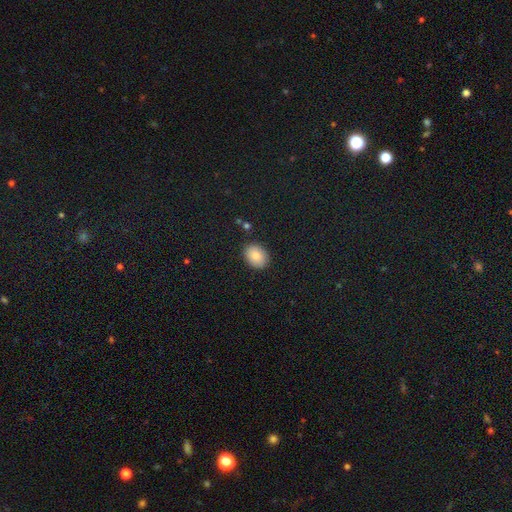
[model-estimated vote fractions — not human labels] Smooth or featured?
  - smooth: 84% *
  - star or artifact: 8%
  - featured or disk: 8%
How rounded?
  - in between: 65% *
  - round: 34%
  - cigar-shaped: 1%
Merging?
  - none: 87% *
  - minor disturbance: 9%
  - major disturbance: 2%
  - merger: 1%